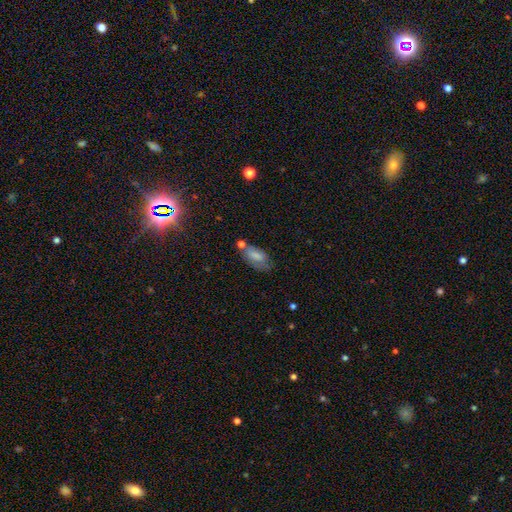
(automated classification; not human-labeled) smooth_or_featured: smooth (p=0.75) [alt: featured or disk p=0.17]
how_rounded: in between (p=0.88) [alt: cigar-shaped p=0.08]
merging: none (p=0.49) [alt: minor disturbance p=0.26]